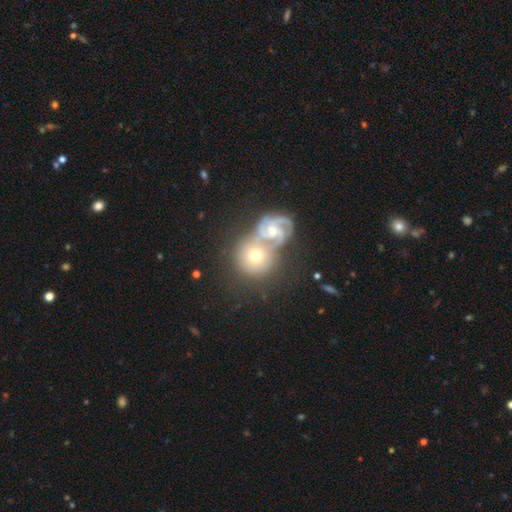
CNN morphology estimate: This appears to be a featured or disk galaxy (61%) with no bar (59%), 2 (47%) tight (49%) spiral arms (91%) and a moderate central bulge (58%). Merging: merger (50%).